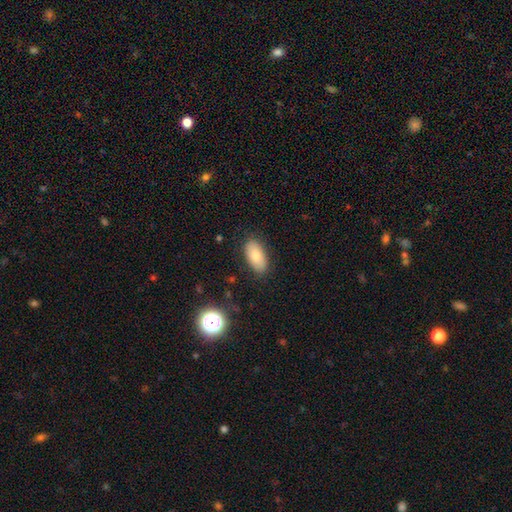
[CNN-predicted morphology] type=smooth (80%); roundness=in between (93%); merging=none (84%).